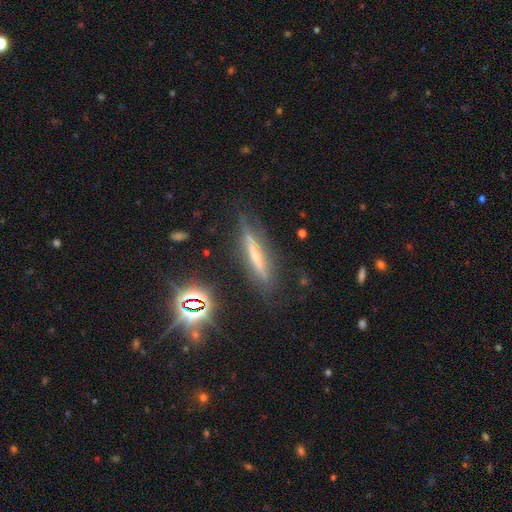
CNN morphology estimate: featured or disk 55%, smooth 30%, star or artifact 14%. Down the decision tree: edge-on disk — yes (92%); edge-on bulge — none (47%); merging — none (78%).